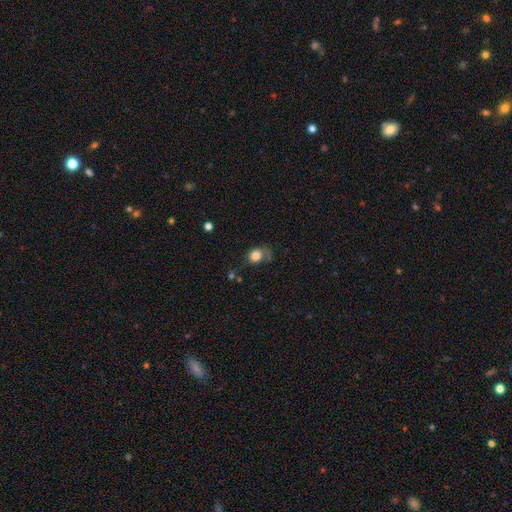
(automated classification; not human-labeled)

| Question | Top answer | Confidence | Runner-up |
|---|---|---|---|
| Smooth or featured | smooth | 79% | featured or disk (11%) |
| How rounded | round | 66% | in between (33%) |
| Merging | none | 39% | minor disturbance (28%) |